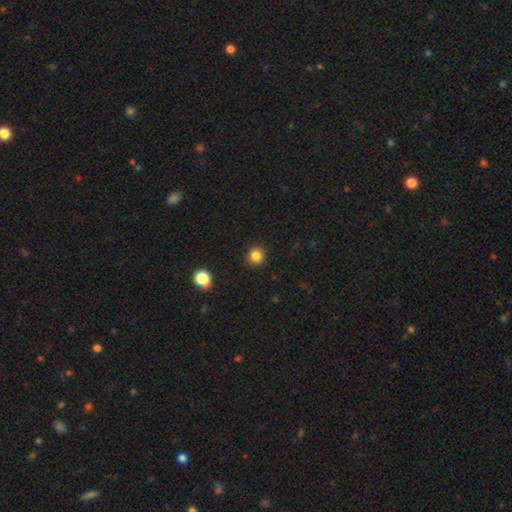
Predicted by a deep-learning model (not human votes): Smooth or featured? smooth (84%)
How rounded? round (88%)
Merging? none (91%)